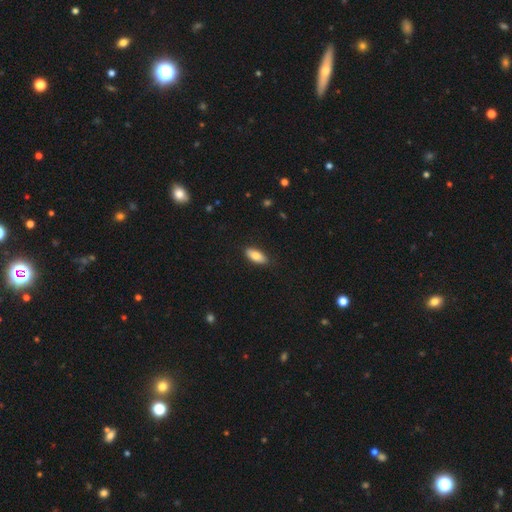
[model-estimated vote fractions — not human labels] Smooth or featured: smooth — 81% (featured or disk — 13%)
How rounded: in between — 86% (cigar-shaped — 11%)
Merging: none — 86% (minor disturbance — 11%)